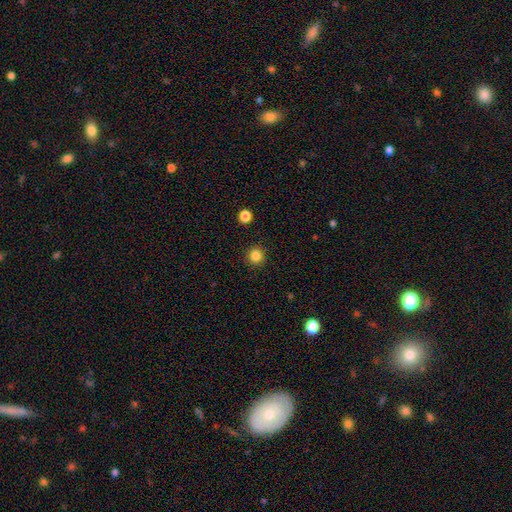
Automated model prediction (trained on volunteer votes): A smooth galaxy with no disk features (84%) that is round (94%). Merging: none (92%).